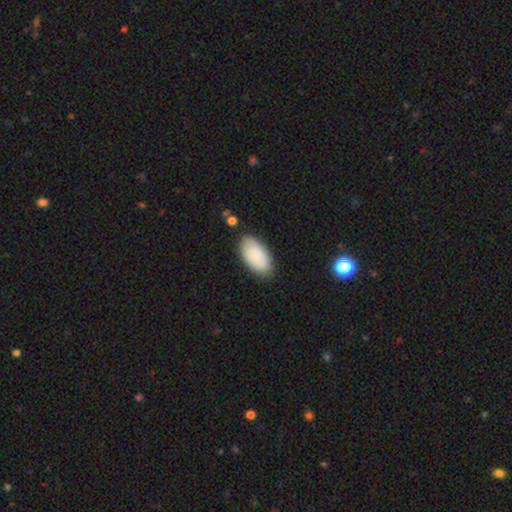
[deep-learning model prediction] Q: Smooth or featured?
A: smooth (80%); runner-up: featured or disk (13%)
Q: How rounded?
A: in between (95%); runner-up: round (3%)
Q: Merging?
A: none (81%); runner-up: minor disturbance (14%)